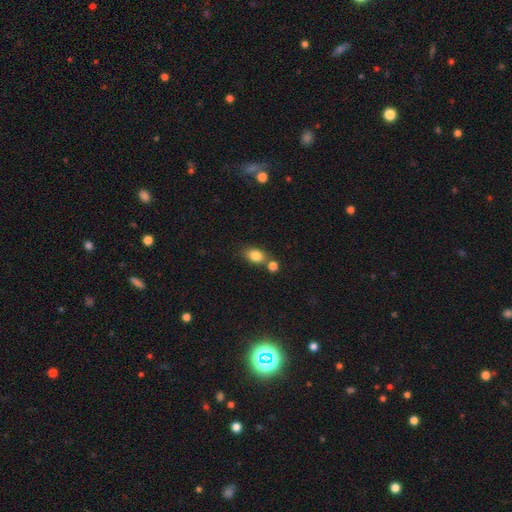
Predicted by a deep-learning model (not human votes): smooth-or-featured: smooth: 83% | star or artifact: 10% | featured or disk: 8%
  how-rounded: in between: 75% | round: 23% | cigar-shaped: 2%
  merging: none: 57% | merger: 27% | minor disturbance: 12% | major disturbance: 4%